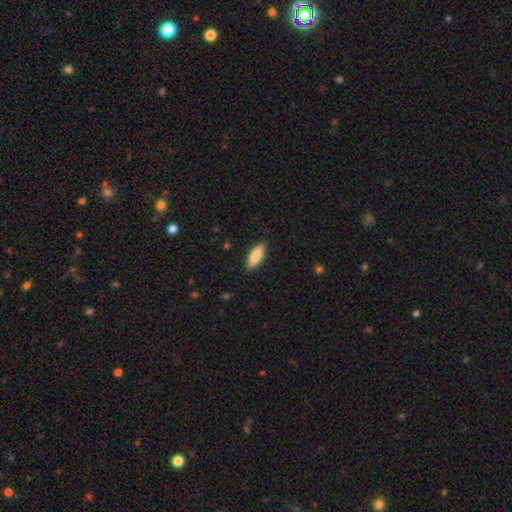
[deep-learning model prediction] smooth-or-featured: smooth: 84% | featured or disk: 10% | star or artifact: 6%
  how-rounded: in between: 70% | cigar-shaped: 28% | round: 2%
  merging: none: 88% | minor disturbance: 9% | major disturbance: 2% | merger: 1%